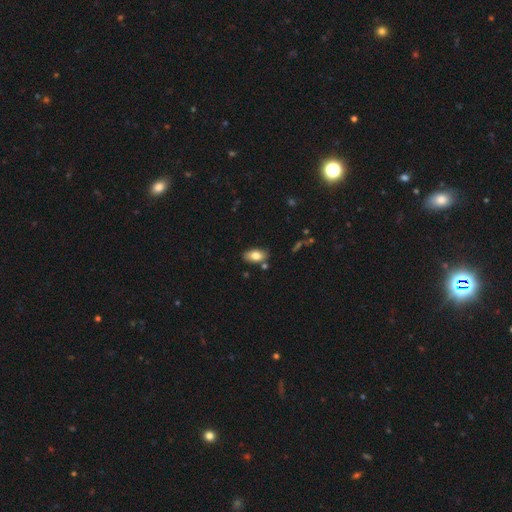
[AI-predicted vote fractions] Smooth or featured: smooth — 81% (featured or disk — 12%)
How rounded: in between — 92% (round — 5%)
Merging: none — 80% (minor disturbance — 13%)